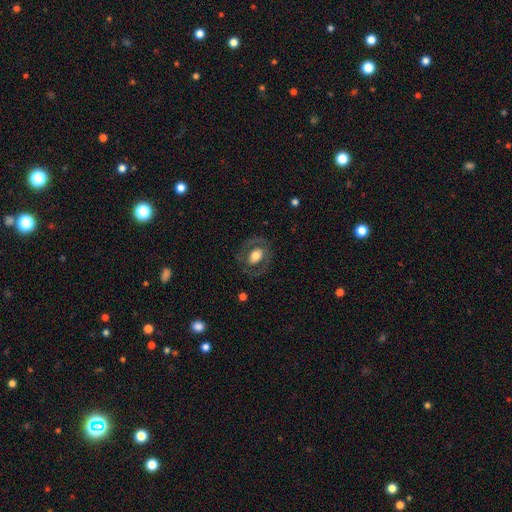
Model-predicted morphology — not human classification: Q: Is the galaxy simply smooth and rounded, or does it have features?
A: smooth — 47%.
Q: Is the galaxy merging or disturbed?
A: none — 75%.